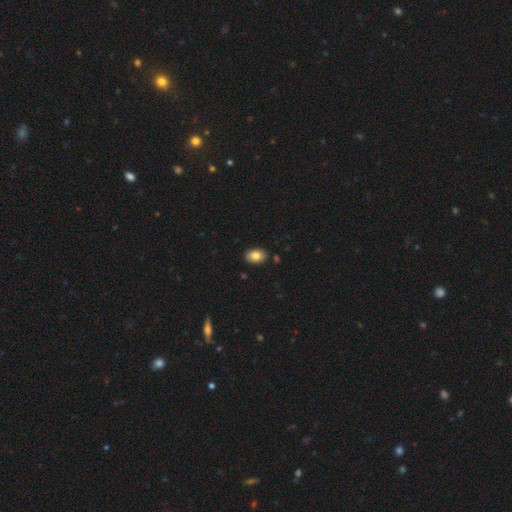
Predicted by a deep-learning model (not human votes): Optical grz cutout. It shows a smooth galaxy with no disk features (81%) that is in between round and cigar-shaped (86%). Merging: none (88%).